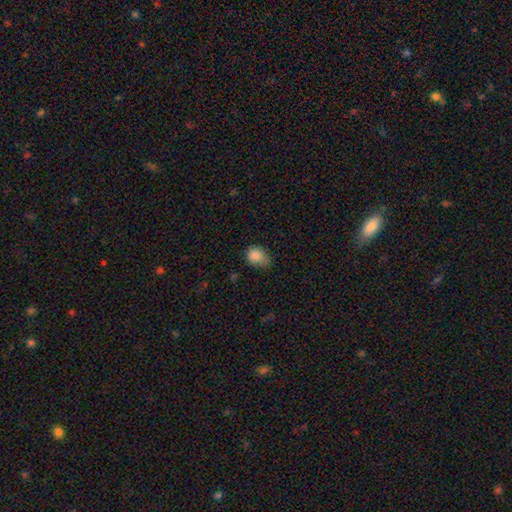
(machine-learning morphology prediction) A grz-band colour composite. It shows a smooth galaxy with no disk features (85%) that is in between round and cigar-shaped (58%). Merging: none (55%).